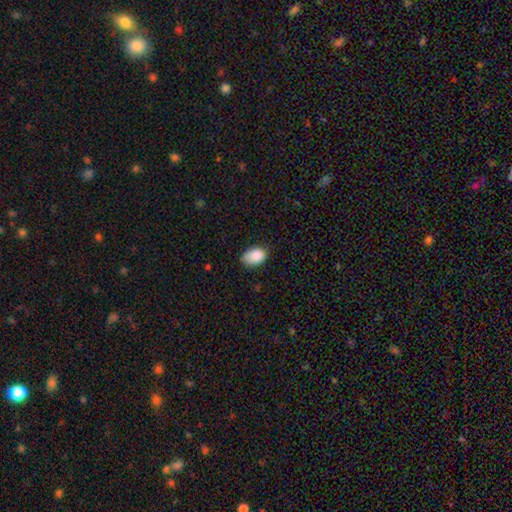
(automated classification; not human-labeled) A smooth galaxy with no disk features (88%) that is in between round and cigar-shaped (88%). Merging: none (68%).